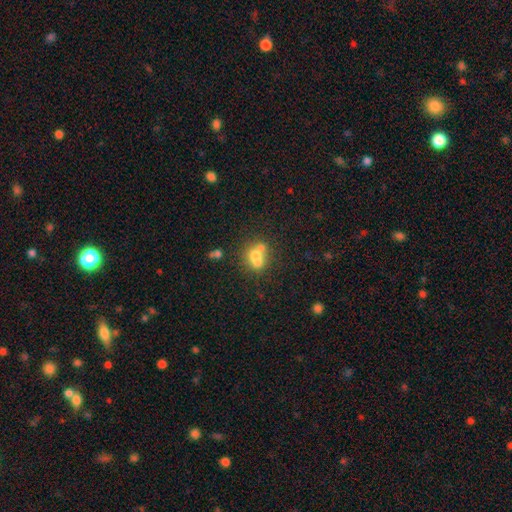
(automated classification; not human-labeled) A smooth galaxy with no disk features (66%) that is round (48%, tied with in between).

Vote fractions:
- Smooth or featured? smooth: 66% / featured or disk: 21% / star or artifact: 13%
- How rounded? round: 48% (tied) / in between: 48% (tied) / cigar-shaped: 3%
- Merging? merger: 46% / none: 36% / minor disturbance: 11% / major disturbance: 6%